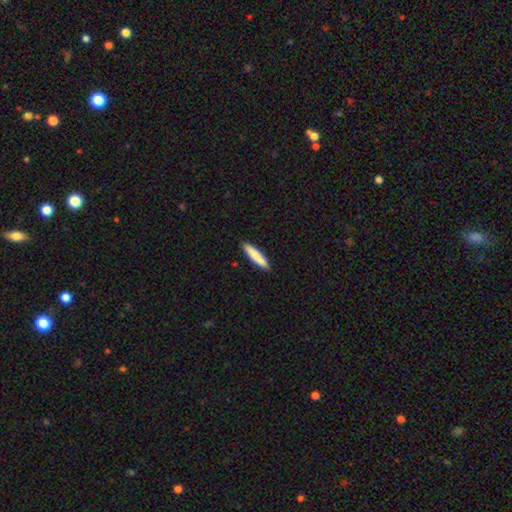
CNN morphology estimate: Smooth or featured? Predicted: smooth (p=0.83). How rounded? Predicted: cigar-shaped (p=0.86). Merging? Predicted: none (p=0.90).